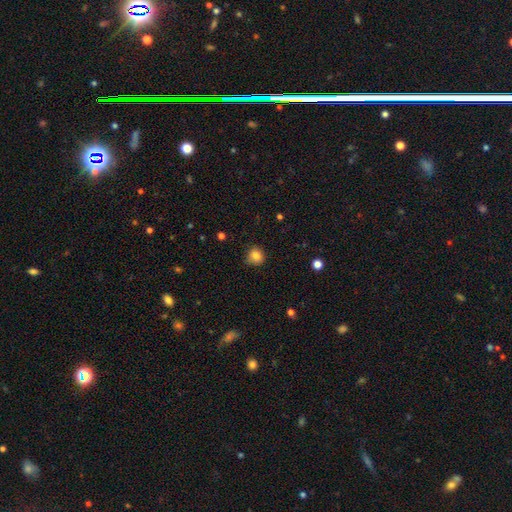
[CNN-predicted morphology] The model was most divided on "merging": none: 77%, minor disturbance: 18%, major disturbance: 3%, merger: 1%. More confident: how rounded — round (84%); smooth or featured — smooth (83%).